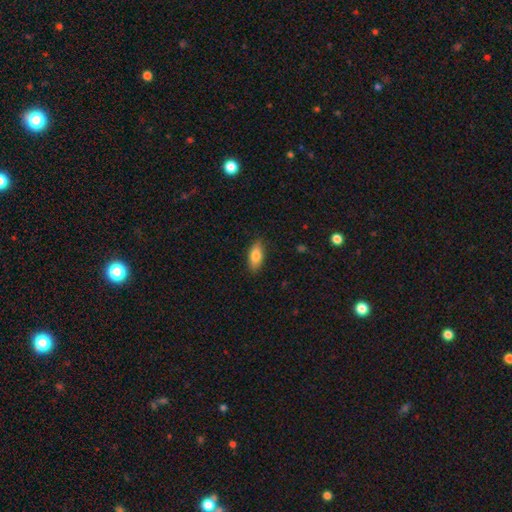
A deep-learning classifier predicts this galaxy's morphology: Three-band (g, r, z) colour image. It shows a smooth galaxy with no disk features (80%) that is in between round and cigar-shaped (83%). Merging: none (87%).